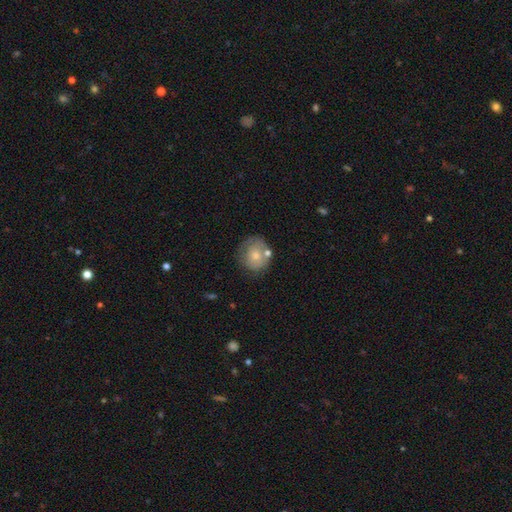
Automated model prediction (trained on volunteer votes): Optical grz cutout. It shows a smooth galaxy with no disk features (66%) that is round (79%). Merging: none (57%).